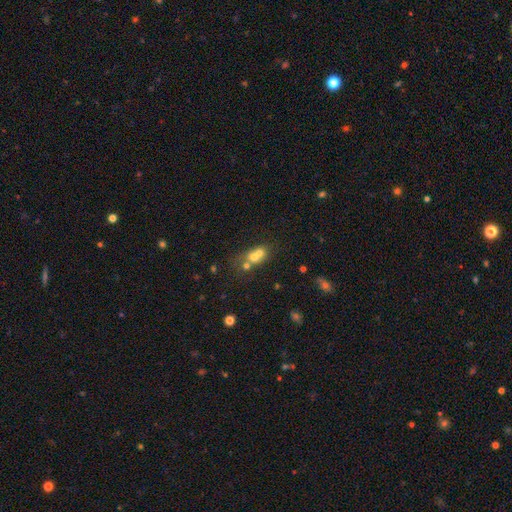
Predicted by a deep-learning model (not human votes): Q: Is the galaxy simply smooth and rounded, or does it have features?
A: smooth — 59%.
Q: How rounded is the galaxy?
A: round — 64%.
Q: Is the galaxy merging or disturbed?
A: merger — 64%.